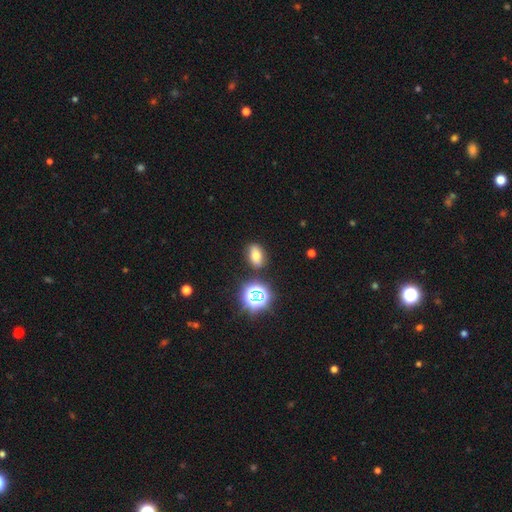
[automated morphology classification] Smooth or featured?
  - smooth: 61% *
  - star or artifact: 24%
  - featured or disk: 16%
How rounded?
  - in between: 77% *
  - round: 19%
  - cigar-shaped: 4%
Merging?
  - none: 83% *
  - minor disturbance: 10%
  - merger: 3%
  - major disturbance: 3%